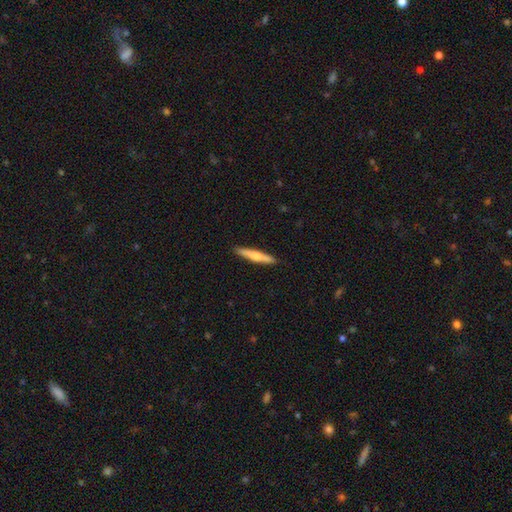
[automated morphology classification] This appears to be a smooth galaxy with no disk features (50%). Merging: none (91%).